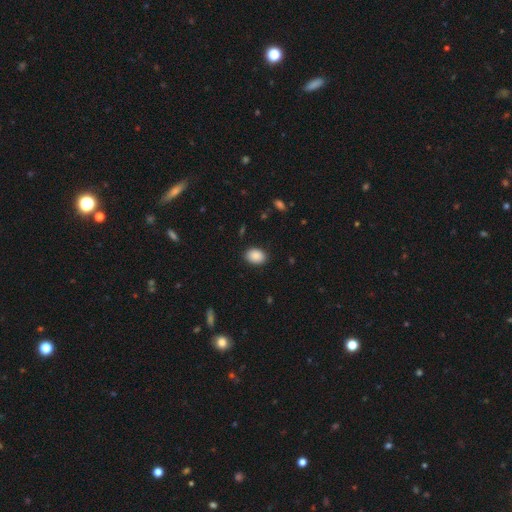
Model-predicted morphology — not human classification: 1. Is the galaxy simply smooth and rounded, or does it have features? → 89% smooth, 7% star or artifact, 3% featured or disk.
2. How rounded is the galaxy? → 76% in between, 23% round, 1% cigar-shaped.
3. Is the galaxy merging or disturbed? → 88% none, 9% minor disturbance, 2% major disturbance, 1% merger.